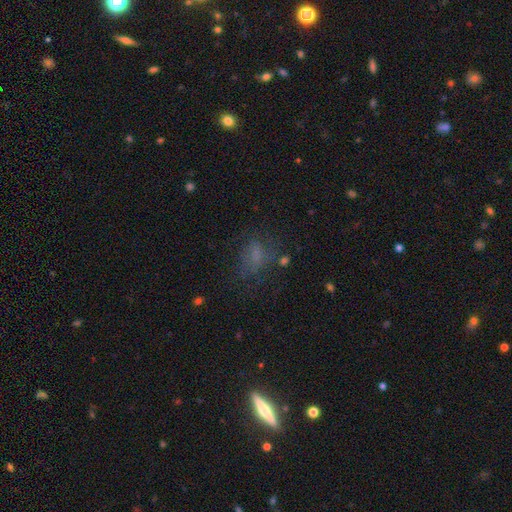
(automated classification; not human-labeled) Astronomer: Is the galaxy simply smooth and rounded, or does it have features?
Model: smooth — 56%.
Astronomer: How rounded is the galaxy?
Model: in between — 74%.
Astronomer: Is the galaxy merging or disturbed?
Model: none — 51%.